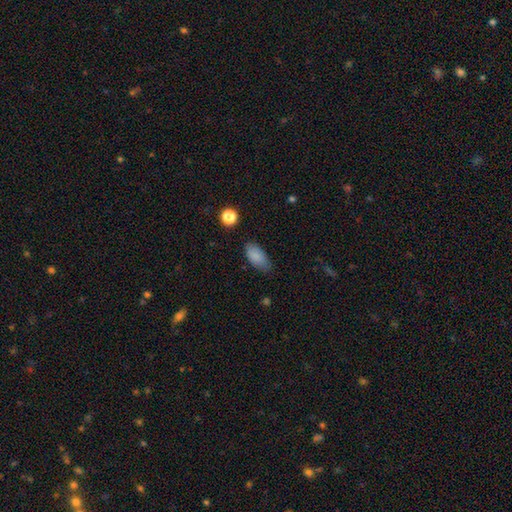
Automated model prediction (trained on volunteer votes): Smooth or featured? Predicted: smooth (p=0.87). How rounded? Predicted: in between (p=0.91). Merging? Predicted: none (p=0.74).